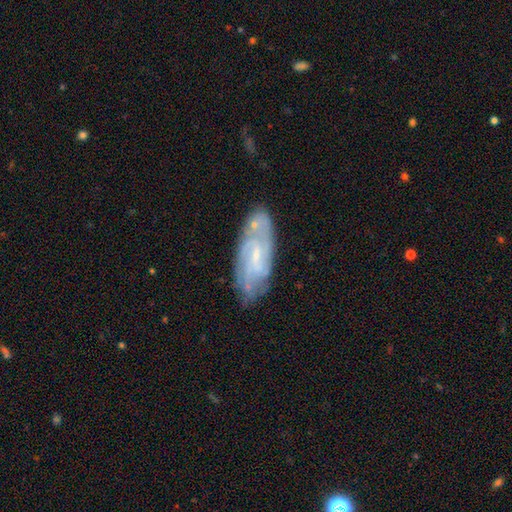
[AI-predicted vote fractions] smooth_or_featured: featured or disk (p=0.75) [alt: smooth p=0.18]
disk_edge_on: no (p=0.89) [alt: yes p=0.11]
bar: weak (p=0.48) [alt: no p=0.39]
has_spiral_arms: yes (p=0.90) [alt: no p=0.10]
spiral_winding: tight (p=0.49) [alt: medium p=0.38]
spiral_arm_count: can't tell (p=0.39) [alt: 2 p=0.25]
bulge_size: small (p=0.68) [alt: moderate p=0.18]
merging: none (p=0.73) [alt: minor disturbance p=0.18]